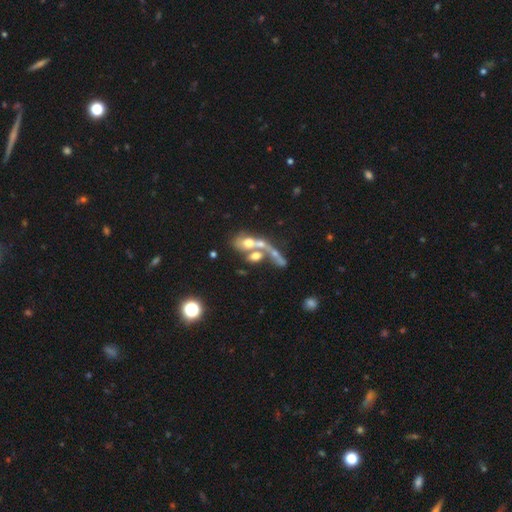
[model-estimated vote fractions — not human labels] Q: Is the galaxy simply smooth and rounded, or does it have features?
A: smooth — 47%.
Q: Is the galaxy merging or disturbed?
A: merger — 66%.